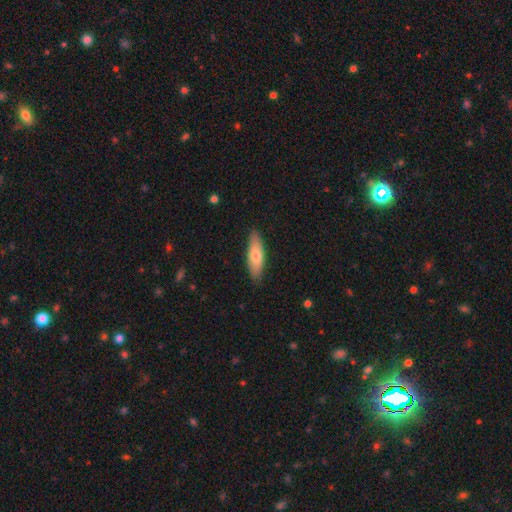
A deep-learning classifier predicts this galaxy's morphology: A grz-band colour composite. It shows a smooth galaxy with no disk features (70%) that is in between round and cigar-shaped (52%). Merging: none (87%).